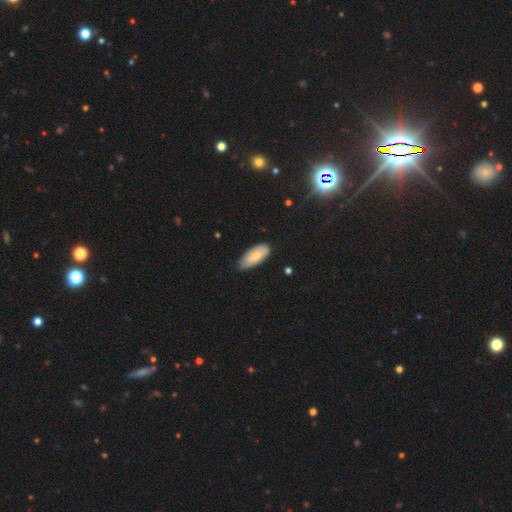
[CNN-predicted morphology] smooth_or_featured: smooth (p=0.73) [alt: featured or disk p=0.21]
how_rounded: in between (p=0.87) [alt: cigar-shaped p=0.11]
merging: none (p=0.74) [alt: minor disturbance p=0.22]